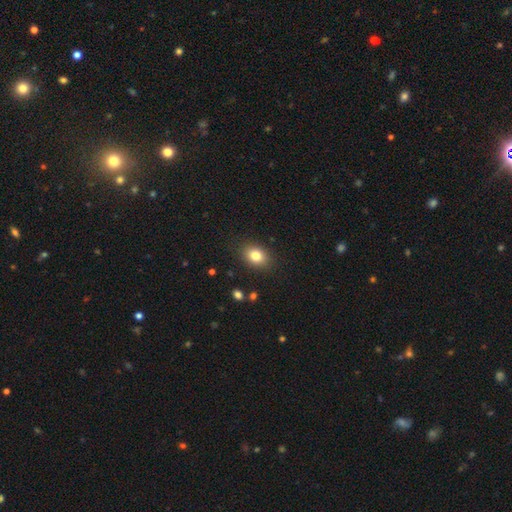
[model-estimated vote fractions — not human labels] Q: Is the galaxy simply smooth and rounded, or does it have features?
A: smooth — 82%.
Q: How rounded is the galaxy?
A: in between — 66%.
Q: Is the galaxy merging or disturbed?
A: none — 87%.